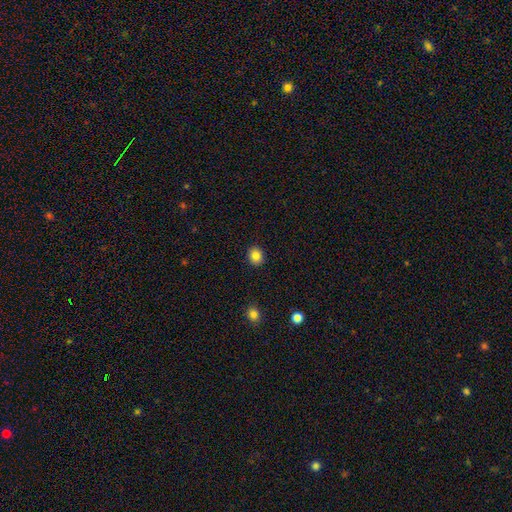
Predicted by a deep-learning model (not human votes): A smooth galaxy with no disk features (83%) that is round (76%).

Vote fractions:
- Smooth or featured? smooth: 83% / star or artifact: 10% / featured or disk: 7%
- How rounded? round: 76% / in between: 23% / cigar-shaped: 1%
- Merging? none: 92% / minor disturbance: 6% / major disturbance: 2% / merger: 1%